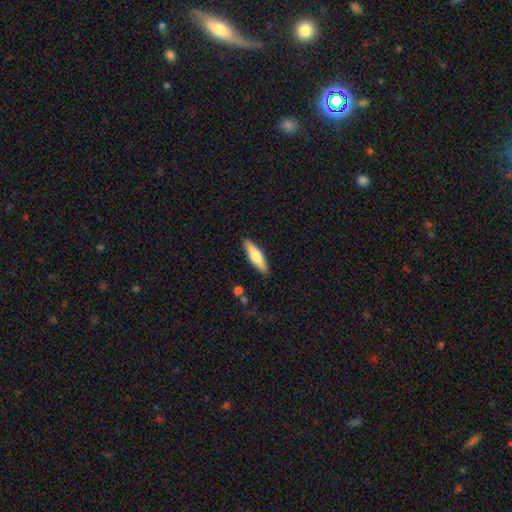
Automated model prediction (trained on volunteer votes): Morphology: type=smooth (58%); roundness=cigar-shaped (68%); merging=none (88%).